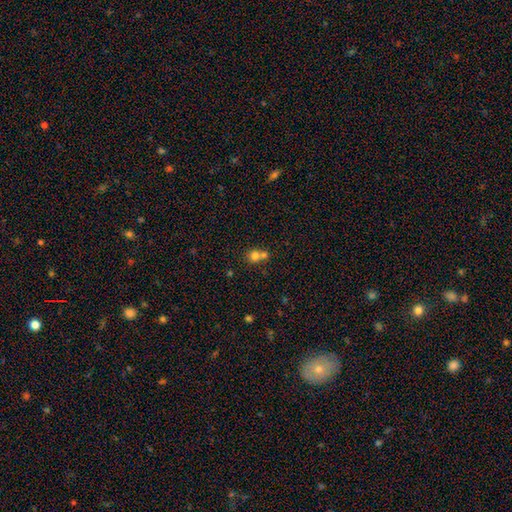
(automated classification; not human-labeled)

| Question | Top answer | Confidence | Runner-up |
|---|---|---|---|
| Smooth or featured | smooth | 75% | star or artifact (13%) |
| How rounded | round | 83% | in between (16%) |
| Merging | merger | 56% | none (37%) |